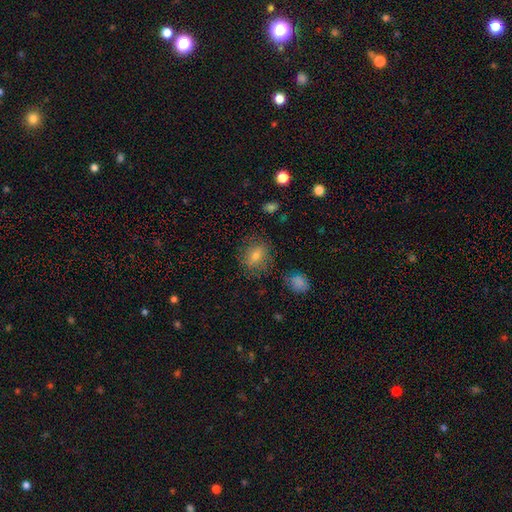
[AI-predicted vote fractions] A smooth galaxy with no disk features (66%) that is round (53%).

Vote fractions:
- Smooth or featured? smooth: 66% / featured or disk: 19% / star or artifact: 15%
- How rounded? round: 53% / in between: 45% / cigar-shaped: 2%
- Merging? none: 78% / minor disturbance: 14% / major disturbance: 6% / merger: 2%